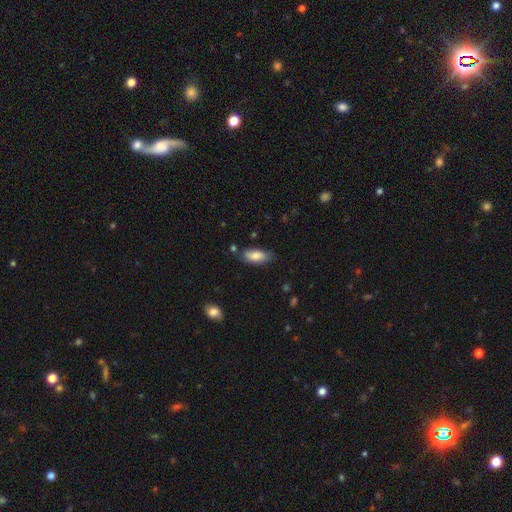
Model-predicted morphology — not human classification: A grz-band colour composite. It shows a smooth galaxy with no disk features (81%) that is in between round and cigar-shaped (82%). Merging: none (73%).